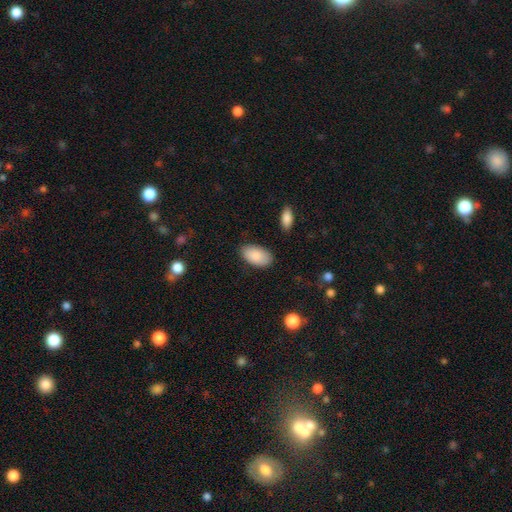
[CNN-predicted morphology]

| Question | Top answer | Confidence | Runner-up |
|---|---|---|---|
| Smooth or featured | smooth | 88% | star or artifact (6%) |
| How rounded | in between | 95% | round (3%) |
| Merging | none | 85% | minor disturbance (11%) |